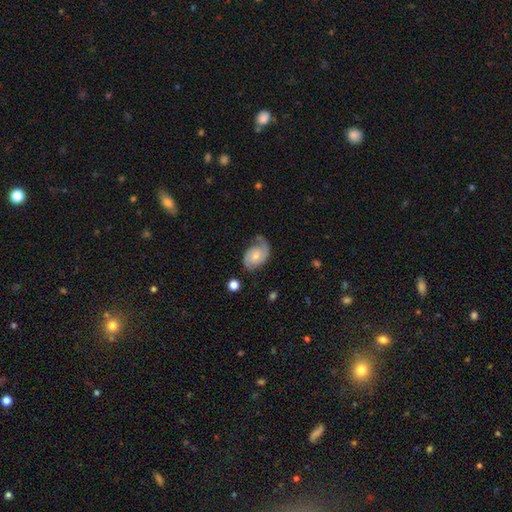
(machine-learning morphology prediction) Smooth or featured? featured or disk (83%)
Edge-on disk? no (97%)
Bar? no (59%)
Spiral arms? yes (96%)
Spiral winding? medium (45%)
Spiral arm count? 2 (82%)
Bulge size? small (47%, tied with moderate)
Merging? none (67%)